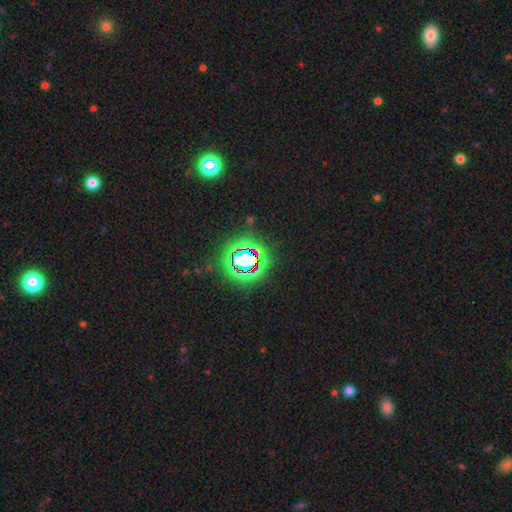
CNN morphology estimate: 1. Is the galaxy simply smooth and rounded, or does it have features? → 80% star or artifact, 11% smooth, 9% featured or disk.